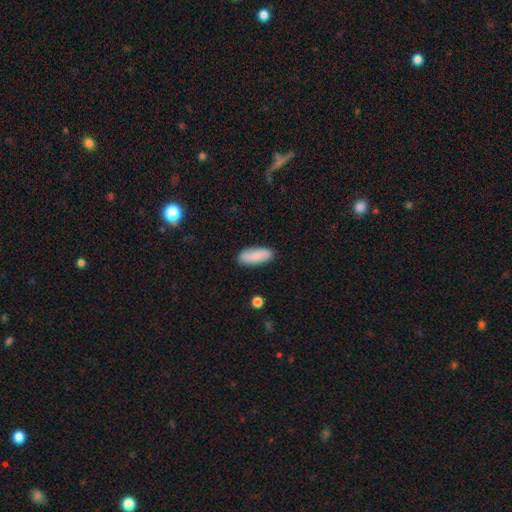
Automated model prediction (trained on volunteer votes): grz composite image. It shows a smooth galaxy with no disk features (81%) that is in between round and cigar-shaped (75%). Merging: none (85%).